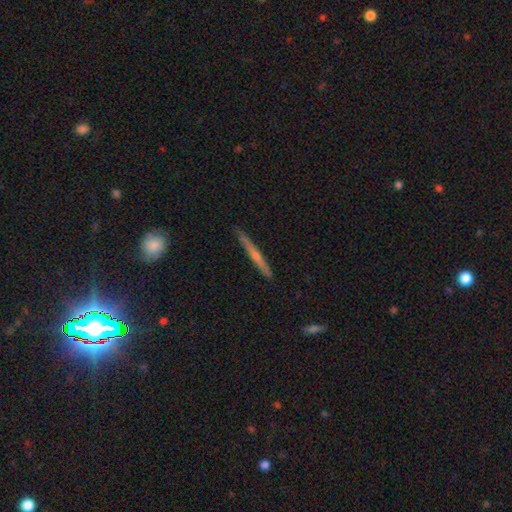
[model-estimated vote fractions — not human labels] Smooth or featured: featured or disk — 60% (smooth — 34%)
Edge-on disk: yes — 97% (no — 3%)
Edge-on bulge: rounded — 57% (none — 38%)
Merging: none — 89% (minor disturbance — 8%)